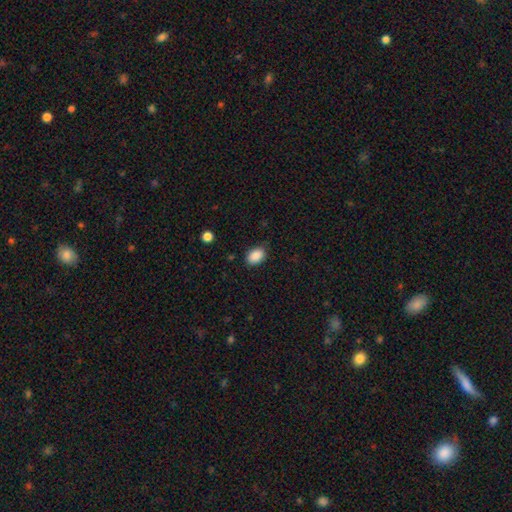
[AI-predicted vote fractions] smooth-or-featured: smooth: 89% | star or artifact: 8% | featured or disk: 3%
  how-rounded: in between: 85% | round: 14% | cigar-shaped: 1%
  merging: none: 81% | minor disturbance: 14% | major disturbance: 3% | merger: 1%